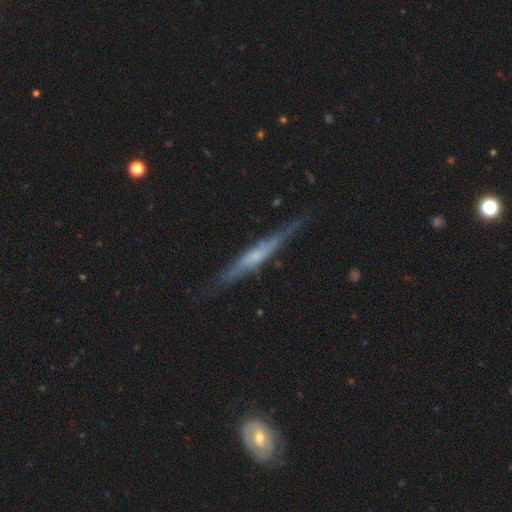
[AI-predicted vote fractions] Smooth or featured? featured or disk (68%)
Edge-on disk? yes (94%)
Edge-on bulge? none (43%)
Merging? none (78%)